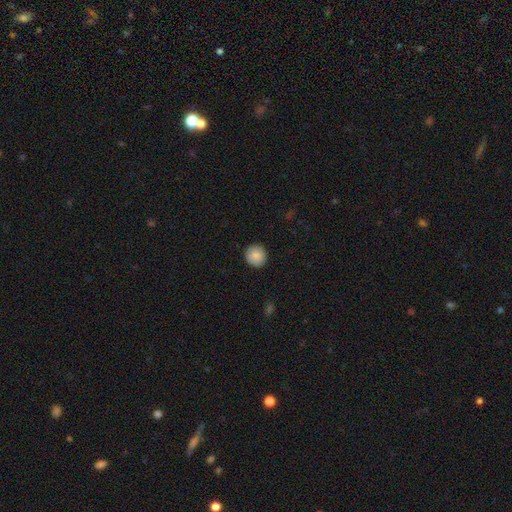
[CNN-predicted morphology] Overall: smooth (88%). How rounded: round (94%). Merging: none (91%).